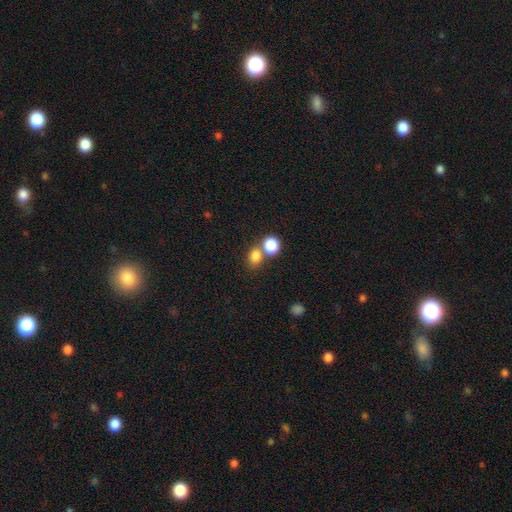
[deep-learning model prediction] Smooth or featured: smooth — 81% (star or artifact — 12%)
How rounded: round — 62% (in between — 37%)
Merging: none — 48% (merger — 42%)